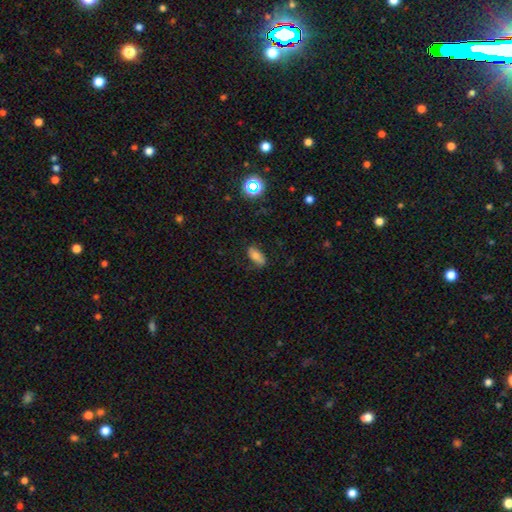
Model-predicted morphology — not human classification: Q: Smooth or featured?
A: smooth (69%); runner-up: featured or disk (19%)
Q: How rounded?
A: in between (86%); runner-up: cigar-shaped (9%)
Q: Merging?
A: none (74%); runner-up: minor disturbance (19%)